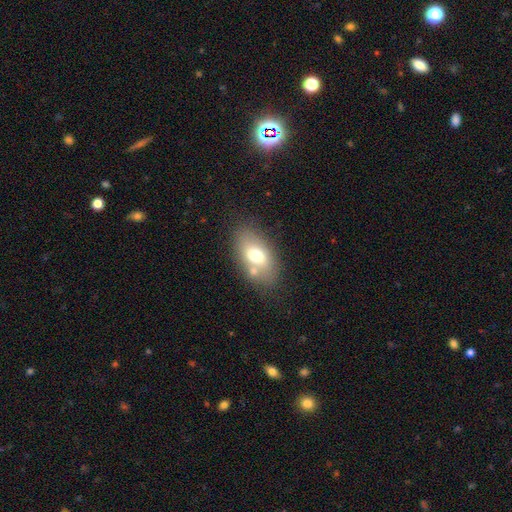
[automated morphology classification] The model was most divided on "smooth or featured": smooth: 67%, featured or disk: 24%, star or artifact: 9%. More confident: how rounded — in between (89%); merging — none (63%).